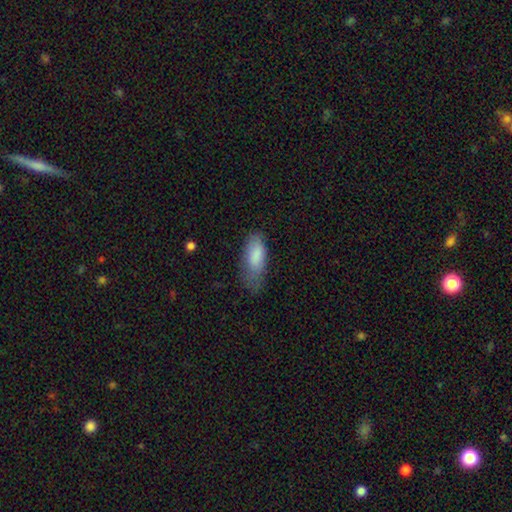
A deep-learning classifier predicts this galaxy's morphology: Smooth or featured?
  - smooth: 83% *
  - featured or disk: 10%
  - star or artifact: 6%
How rounded?
  - in between: 81% *
  - cigar-shaped: 17%
  - round: 2%
Merging?
  - none: 42% *
  - minor disturbance: 38%
  - major disturbance: 18%
  - merger: 2%